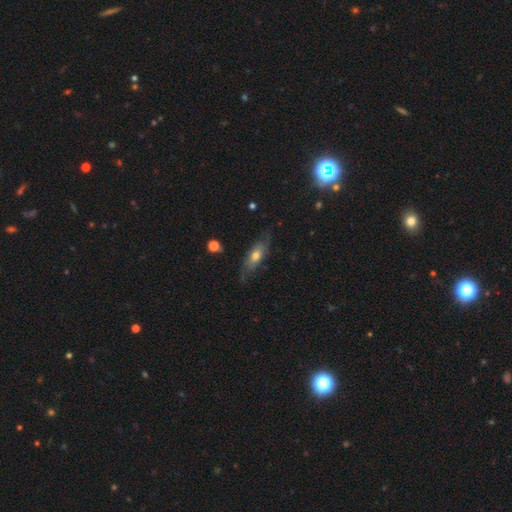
Q: Smooth or featured?
A: featured or disk (47%); runner-up: smooth (45%)
Q: Edge-on disk?
A: no (56%); runner-up: yes (44%)
Q: Bar?
A: no (80%); runner-up: weak (20%)
Q: Spiral arms?
A: yes (70%); runner-up: no (30%)
Q: Spiral winding?
A: tight (57%); runner-up: loose (29%)
Q: Spiral arm count?
A: can't tell (57%); runner-up: 2 (43%)
Q: Bulge size?
A: moderate (70%); runner-up: small (30%)
Q: Merging?
A: none (57%); runner-up: minor disturbance (26%)